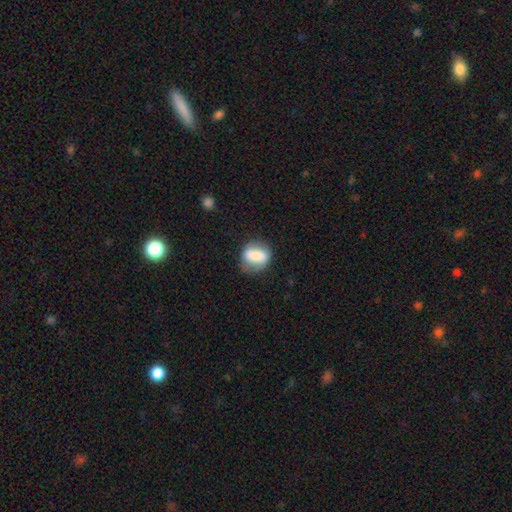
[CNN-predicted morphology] This is likely a smooth galaxy (73%). How rounded: possibly in between (57%). Merging: likely none (66%).